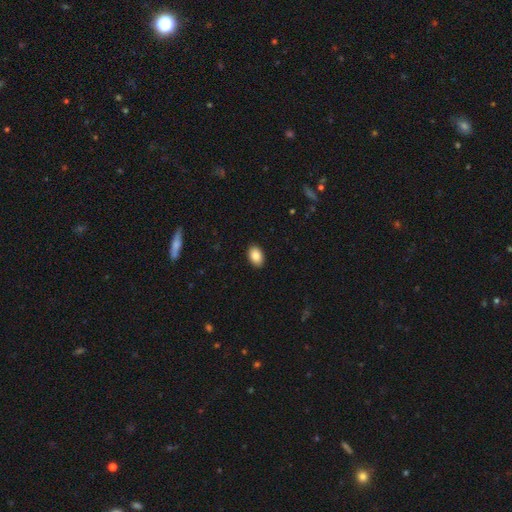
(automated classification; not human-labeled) Smooth or featured? smooth (88%)
How rounded? in between (87%)
Merging? none (90%)